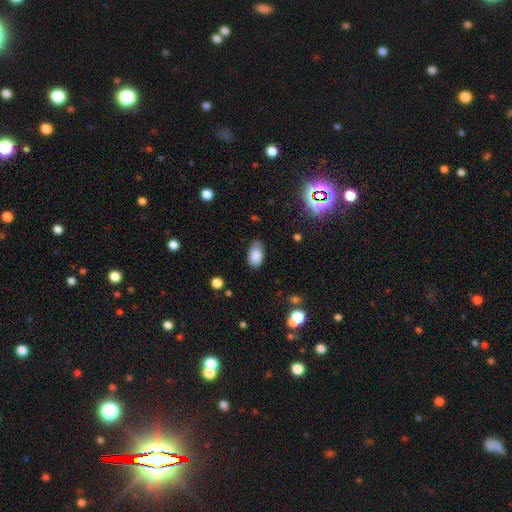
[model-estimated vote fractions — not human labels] Smooth or featured: smooth — 86% (star or artifact — 8%)
How rounded: in between — 93% (round — 5%)
Merging: none — 75% (minor disturbance — 20%)